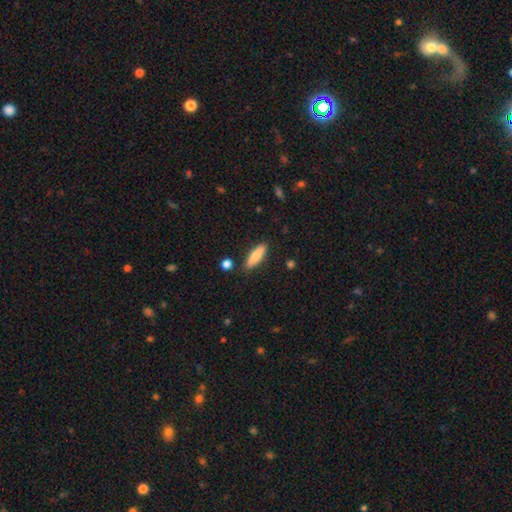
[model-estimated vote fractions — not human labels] Smooth or featured: smooth — 80% (featured or disk — 14%)
How rounded: cigar-shaped — 61% (in between — 37%)
Merging: none — 86% (minor disturbance — 9%)